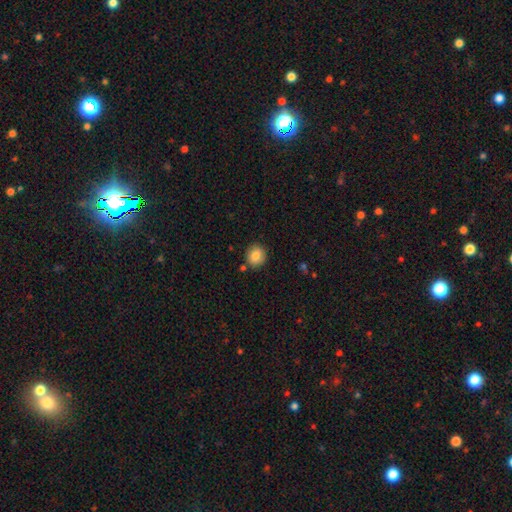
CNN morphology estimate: This appears to be a smooth galaxy with no disk features (84%) that is round (82%). Merging: none (85%).